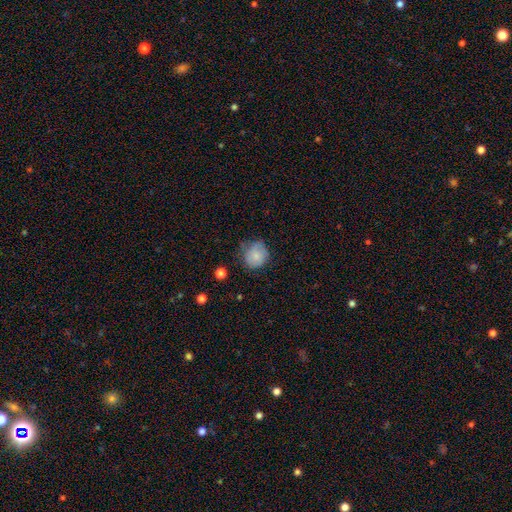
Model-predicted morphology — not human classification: A smooth galaxy with no disk features (78%) that is round (80%). Merging: none (62%).